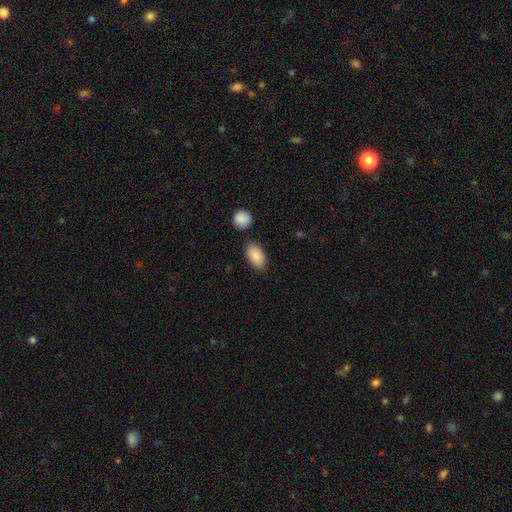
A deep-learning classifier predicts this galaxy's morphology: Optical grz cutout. It shows a smooth galaxy with no disk features (88%) that is in between round and cigar-shaped (93%). Merging: none (78%).